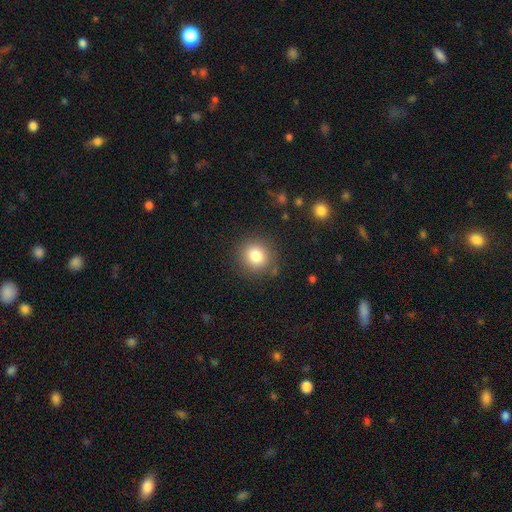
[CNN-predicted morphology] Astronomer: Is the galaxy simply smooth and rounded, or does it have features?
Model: smooth — 82%.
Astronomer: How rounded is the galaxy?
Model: round — 87%.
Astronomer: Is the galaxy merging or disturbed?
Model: none — 85%.